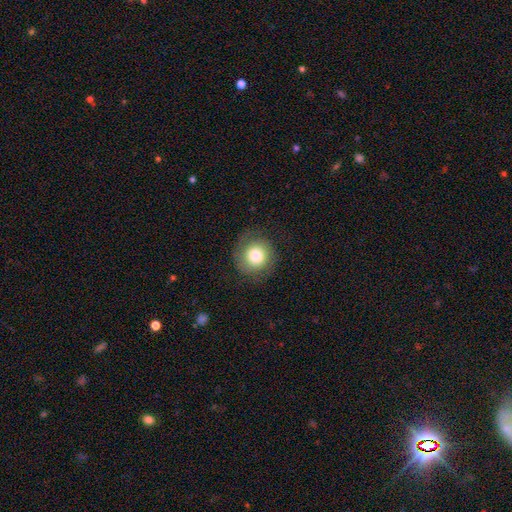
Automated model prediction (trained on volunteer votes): This appears to be a smooth galaxy with no disk features (72%) that is round (92%). Merging: none (81%).